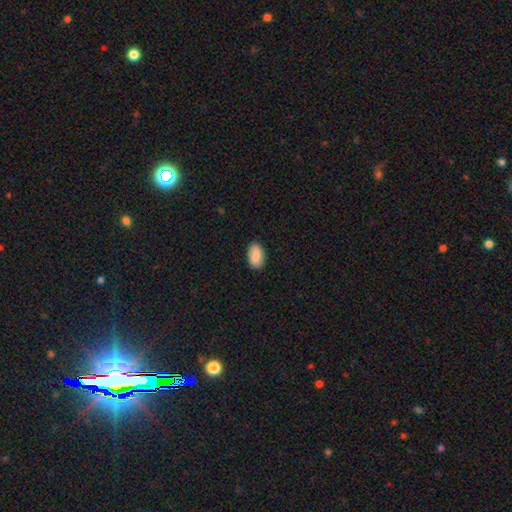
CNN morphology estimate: smooth 89%, star or artifact 7%, featured or disk 5%. Down the decision tree: how rounded — in between (93%); merging — none (86%).